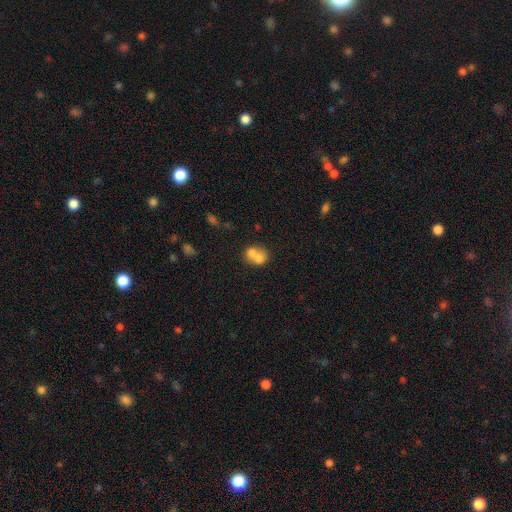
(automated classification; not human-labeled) The model was most divided on "how rounded": round: 59%, in between: 40%, cigar-shaped: 1%. More confident: smooth or featured — smooth (70%); merging — merger (68%).